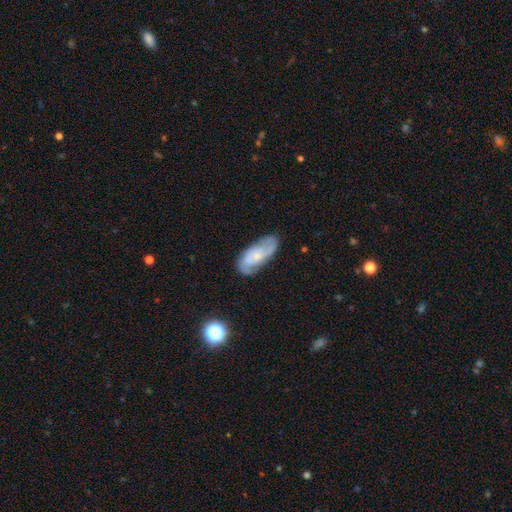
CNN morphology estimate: featured or disk 60%, smooth 32%, star or artifact 7%. Down the decision tree: edge-on disk — no (91%); bar — no (66%); spiral arms — yes (87%); bulge size — small (59%); merging — none (69%).